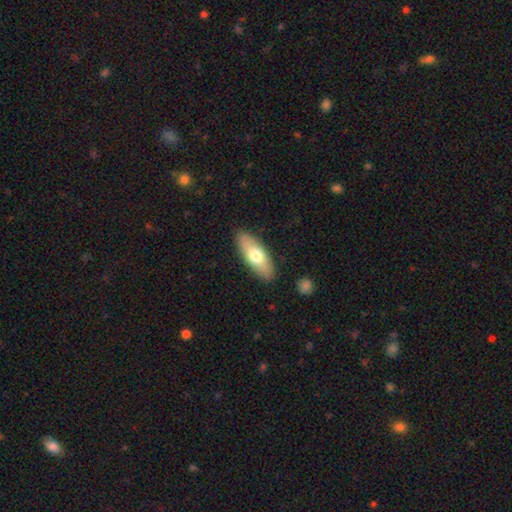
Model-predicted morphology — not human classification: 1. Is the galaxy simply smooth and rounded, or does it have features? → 67% smooth, 28% featured or disk, 5% star or artifact.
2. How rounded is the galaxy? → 74% in between, 24% cigar-shaped, 2% round.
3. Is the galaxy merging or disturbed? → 88% none, 9% minor disturbance, 2% major disturbance, 1% merger.